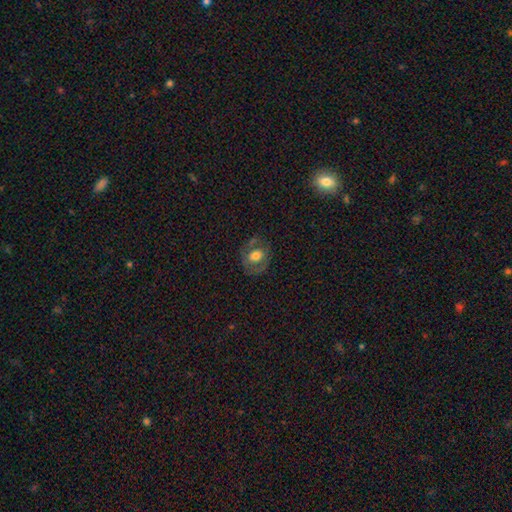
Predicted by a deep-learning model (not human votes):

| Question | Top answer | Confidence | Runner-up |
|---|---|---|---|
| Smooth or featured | smooth | 53% | featured or disk (39%) |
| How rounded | round | 58% | in between (41%) |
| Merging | none | 68% | minor disturbance (19%) |